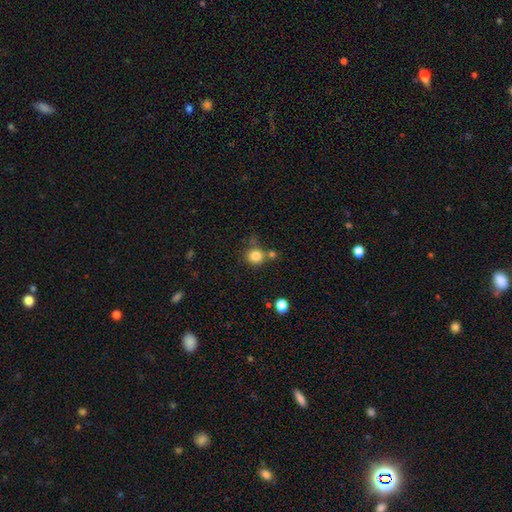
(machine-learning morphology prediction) Smooth or featured? smooth (83%)
How rounded? round (89%)
Merging? none (64%)